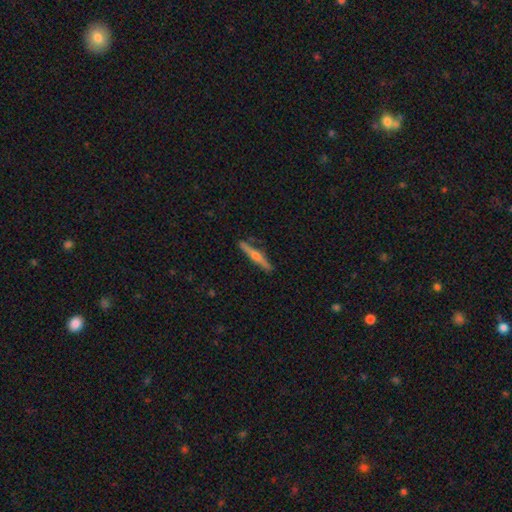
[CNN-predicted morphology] Smooth or featured? Predicted: featured or disk (p=0.61). Edge-on disk? Predicted: yes (p=0.97). Edge-on bulge? Predicted: rounded (p=0.81). Merging? Predicted: none (p=0.87).